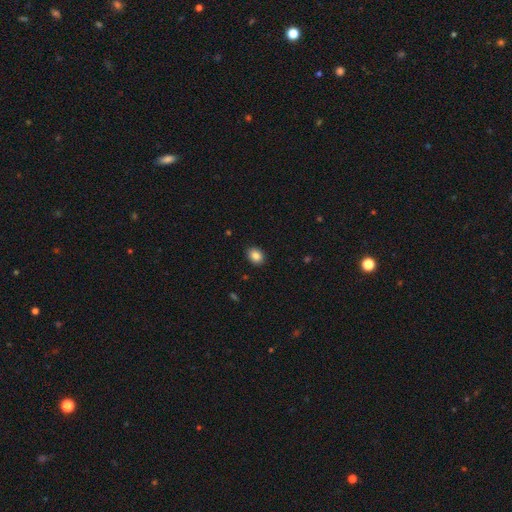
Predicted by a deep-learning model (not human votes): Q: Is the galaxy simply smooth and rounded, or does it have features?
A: smooth — 85%.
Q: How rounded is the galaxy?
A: in between — 57%.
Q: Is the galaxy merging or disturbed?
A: none — 90%.